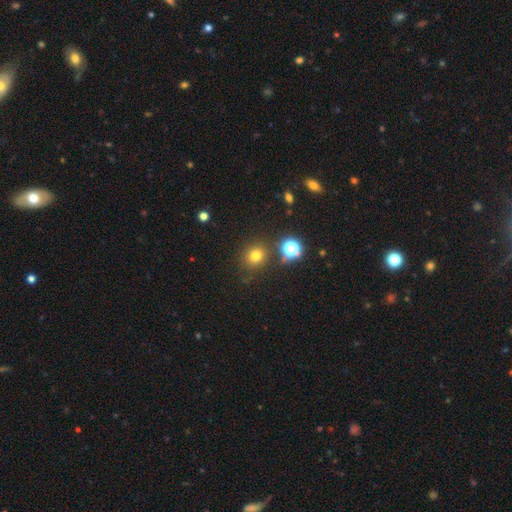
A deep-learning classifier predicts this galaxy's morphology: smooth_or_featured: smooth (p=0.73) [alt: star or artifact p=0.20]
how_rounded: round (p=0.86) [alt: in between p=0.13]
merging: none (p=0.82) [alt: minor disturbance p=0.09]